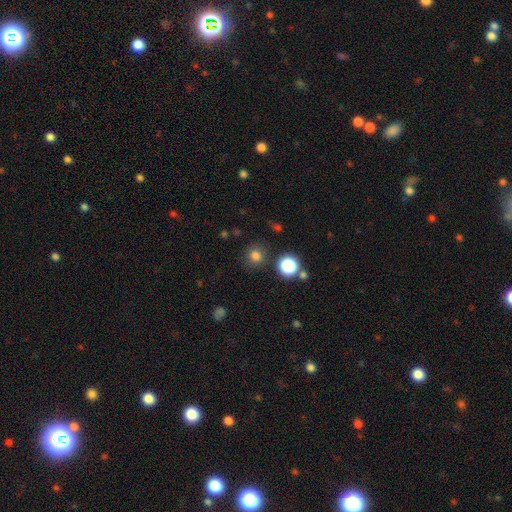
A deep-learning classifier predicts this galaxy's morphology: smooth 78%, star or artifact 17%, featured or disk 5%. Down the decision tree: how rounded — round (89%); merging — none (85%).